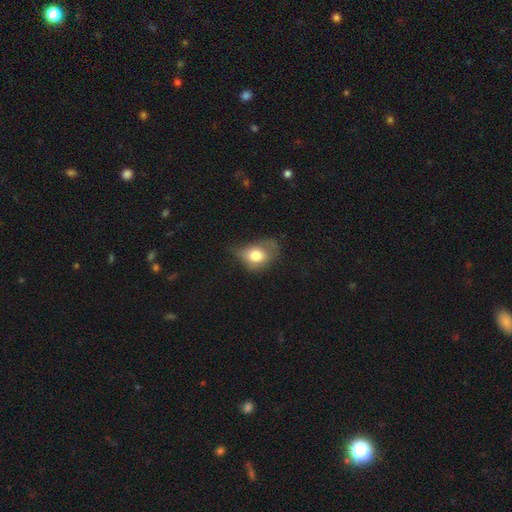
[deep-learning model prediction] smooth-or-featured: smooth: 71% | featured or disk: 20% | star or artifact: 9%
  how-rounded: in between: 65% | round: 33% | cigar-shaped: 2%
  merging: minor disturbance: 38% | major disturbance: 34% | none: 25% | merger: 3%